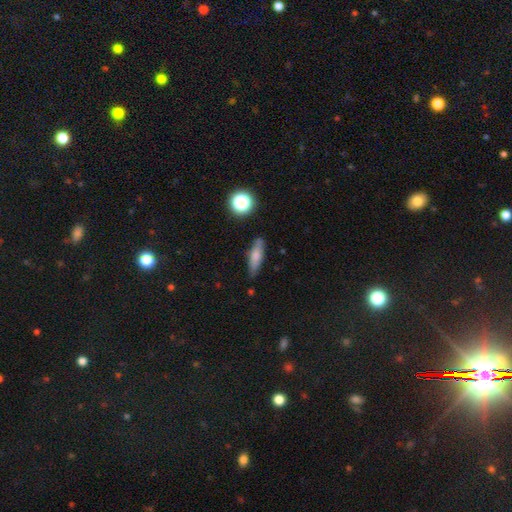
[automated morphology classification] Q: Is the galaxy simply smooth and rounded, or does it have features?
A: smooth — 67%.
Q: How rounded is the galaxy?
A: cigar-shaped — 54%.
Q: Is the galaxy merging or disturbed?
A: none — 77%.